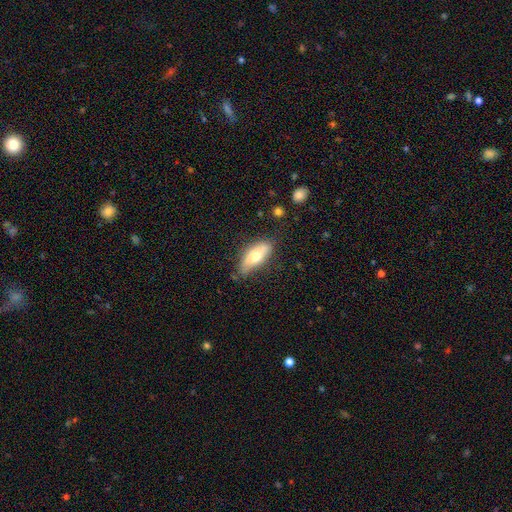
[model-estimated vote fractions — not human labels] This appears to be a smooth galaxy with no disk features (65%) that is in between round and cigar-shaped (74%). Merging: none (67%).